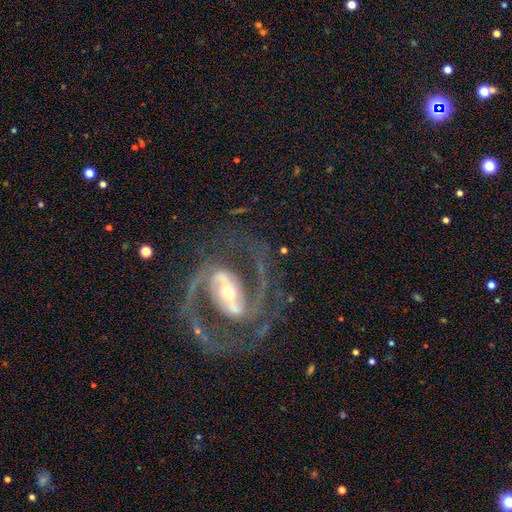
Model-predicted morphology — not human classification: The model was most divided on "bulge size": moderate: 53%, small: 37%, large: 8%, dominant: 1%, none: 1%. More confident: spiral arms — yes (98%); edge-on disk — no (97%); smooth or featured — featured or disk (92%); spiral arm count — 2 (91%); merging — none (73%); spiral winding — medium (63%); bar — strong (59%).